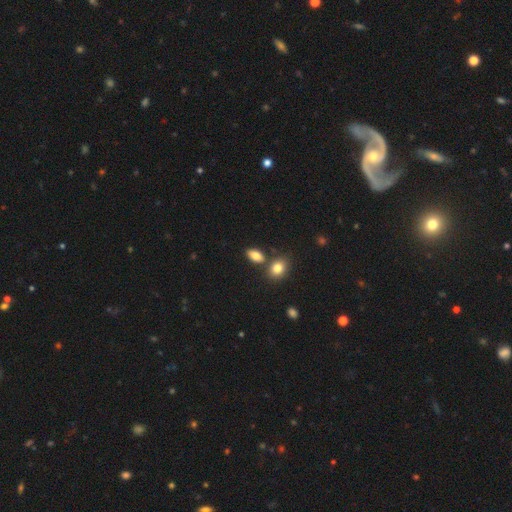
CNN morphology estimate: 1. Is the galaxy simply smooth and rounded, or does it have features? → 82% smooth, 9% featured or disk, 9% star or artifact.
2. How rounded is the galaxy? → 88% in between, 9% round, 3% cigar-shaped.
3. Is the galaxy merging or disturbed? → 69% none, 17% merger, 11% minor disturbance, 3% major disturbance.